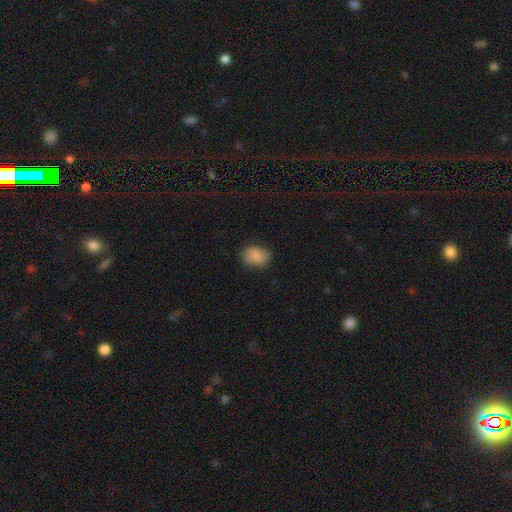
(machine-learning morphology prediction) This appears to be a smooth galaxy with no disk features (79%) that is in between round and cigar-shaped (72%). Merging: none (76%).